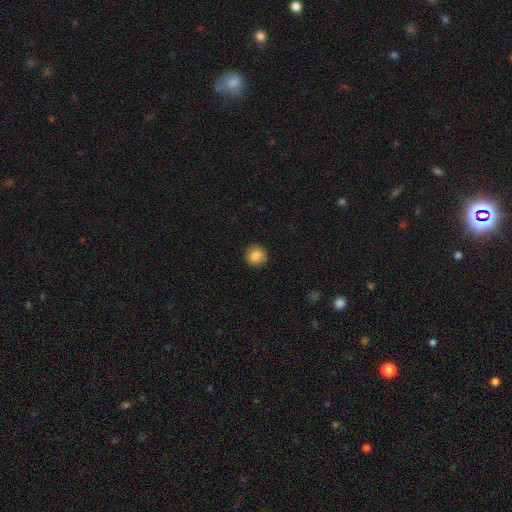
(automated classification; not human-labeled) Q: Smooth or featured?
A: smooth (85%); runner-up: star or artifact (9%)
Q: How rounded?
A: round (93%); runner-up: in between (6%)
Q: Merging?
A: none (91%); runner-up: minor disturbance (6%)